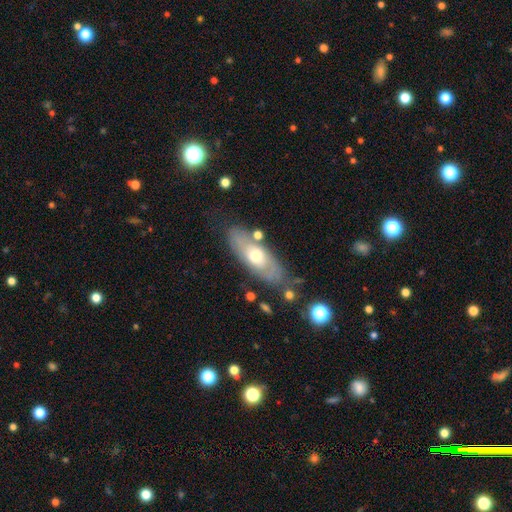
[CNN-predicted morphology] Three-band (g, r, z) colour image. It shows a featured or disk galaxy (53%). Merging: none (67%).